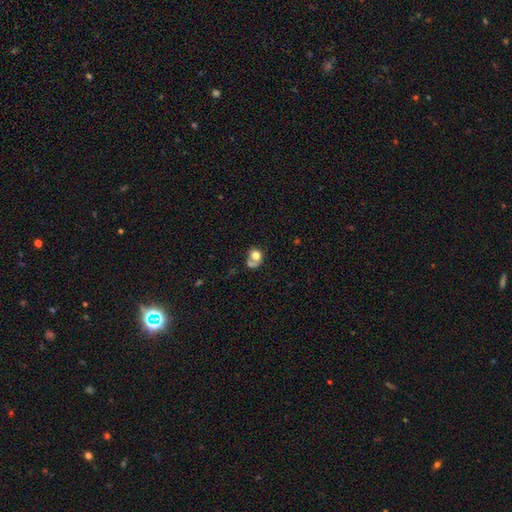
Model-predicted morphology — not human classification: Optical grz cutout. It shows a smooth galaxy with no disk features (70%) that is round (57%). Merging: merger (35%).